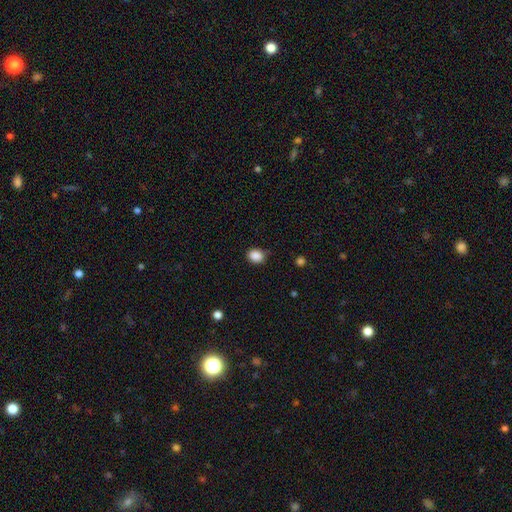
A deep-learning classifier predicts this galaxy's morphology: A smooth galaxy with no disk features (87%) that is round (59%).

Vote fractions:
- Smooth or featured? smooth: 87% / star or artifact: 10% / featured or disk: 3%
- How rounded? round: 59% / in between: 40% / cigar-shaped: 1%
- Merging? none: 78% / minor disturbance: 17% / major disturbance: 3% / merger: 2%